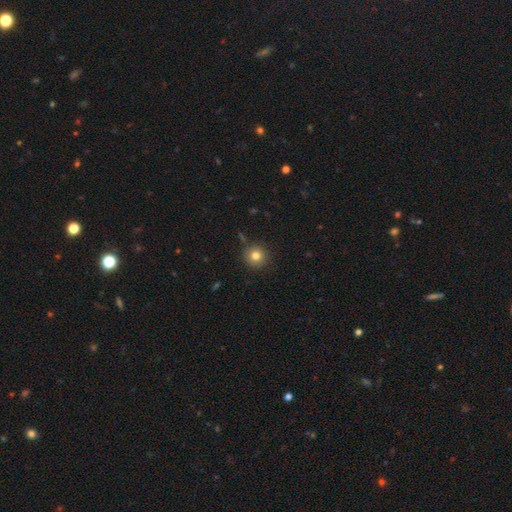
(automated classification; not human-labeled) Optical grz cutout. It shows a smooth galaxy with no disk features (80%) that is round (94%). Merging: none (87%).